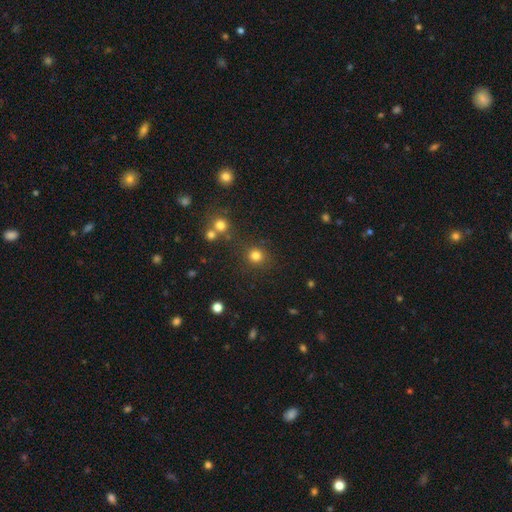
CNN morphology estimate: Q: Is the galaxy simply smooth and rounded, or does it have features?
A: smooth — 80%.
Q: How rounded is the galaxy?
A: round — 91%.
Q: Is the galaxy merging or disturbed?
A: none — 83%.